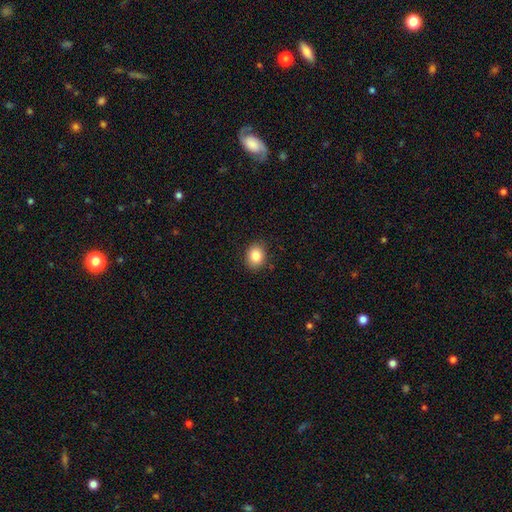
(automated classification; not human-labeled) Smooth or featured: smooth — 84% (star or artifact — 9%)
How rounded: round — 54% (in between — 46%)
Merging: none — 88% (minor disturbance — 9%)